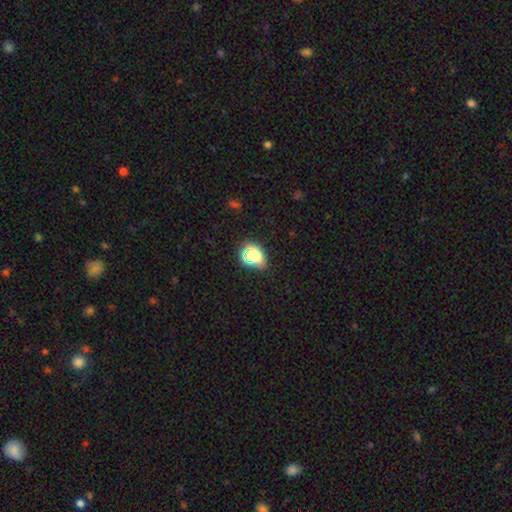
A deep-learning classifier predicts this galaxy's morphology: Overall: smooth (66%). How rounded: in between (59%; round 38%). Merging: none (75%).